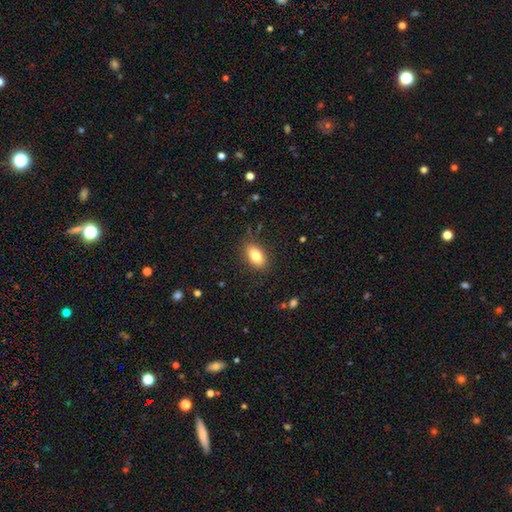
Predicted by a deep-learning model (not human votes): smooth 80%, featured or disk 12%, star or artifact 8%. Down the decision tree: how rounded — in between (89%); merging — none (85%).